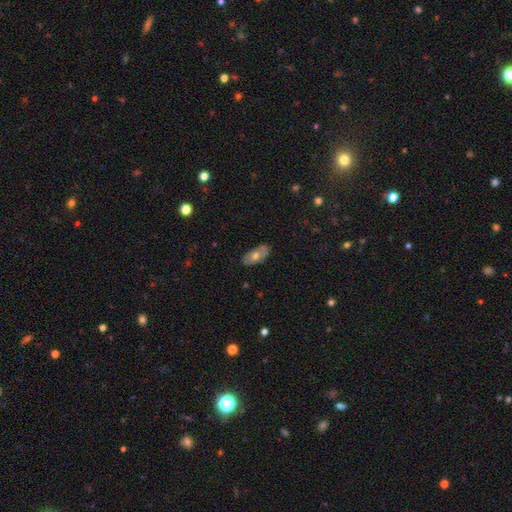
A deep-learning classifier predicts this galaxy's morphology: The model was most divided on "smooth or featured": smooth: 53%, featured or disk: 39%, star or artifact: 7%. More confident: how rounded — in between (89%); merging — none (76%).